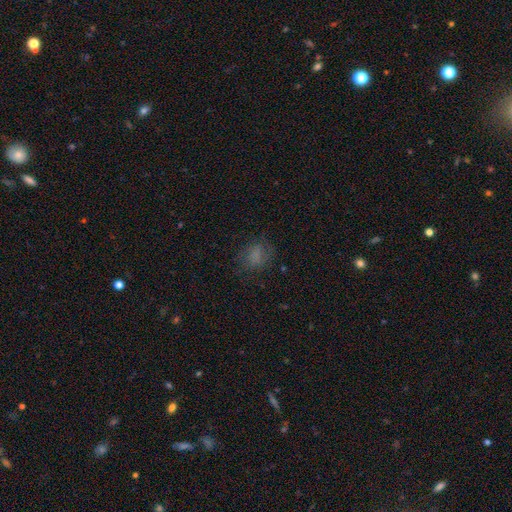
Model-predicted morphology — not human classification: The model was most divided on "how rounded": in between: 57%, round: 42%, cigar-shaped: 2%. More confident: smooth or featured — smooth (69%); merging — none (68%).